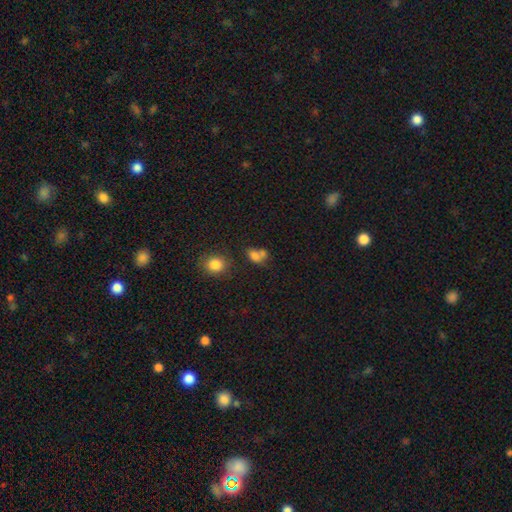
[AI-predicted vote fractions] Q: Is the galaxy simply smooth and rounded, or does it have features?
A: smooth — 74%.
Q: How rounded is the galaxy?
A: in between — 64%.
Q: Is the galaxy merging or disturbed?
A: merger — 46%.